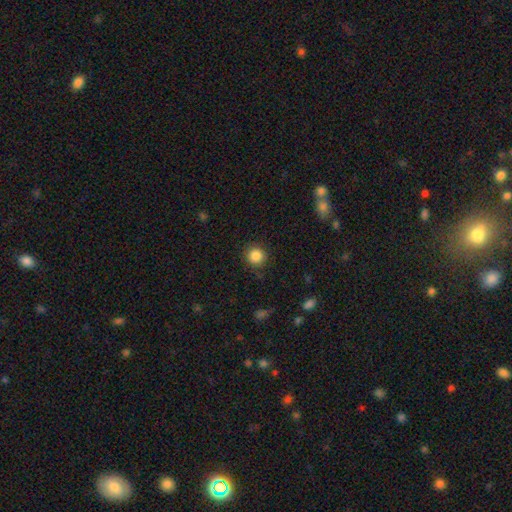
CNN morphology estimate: A smooth galaxy with no disk features (85%) that is round (94%). Merging: none (89%).